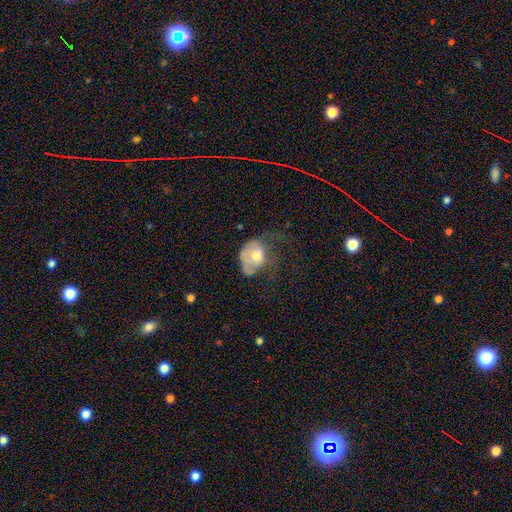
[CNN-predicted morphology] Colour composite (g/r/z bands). It shows a smooth galaxy with no disk features (58%) that is in between round and cigar-shaped (68%). Merging: major disturbance (50%).